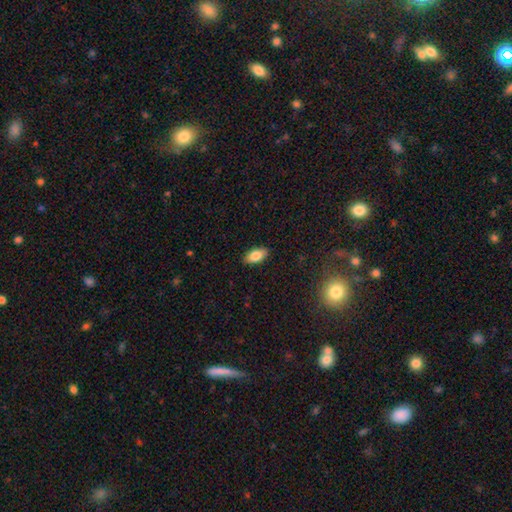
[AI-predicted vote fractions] A smooth galaxy with no disk features (83%) that is in between round and cigar-shaped (91%).

Vote fractions:
- Smooth or featured? smooth: 83% / featured or disk: 10% / star or artifact: 7%
- How rounded? in between: 91% / cigar-shaped: 6% / round: 3%
- Merging? none: 89% / minor disturbance: 9% / major disturbance: 2% / merger: 1%